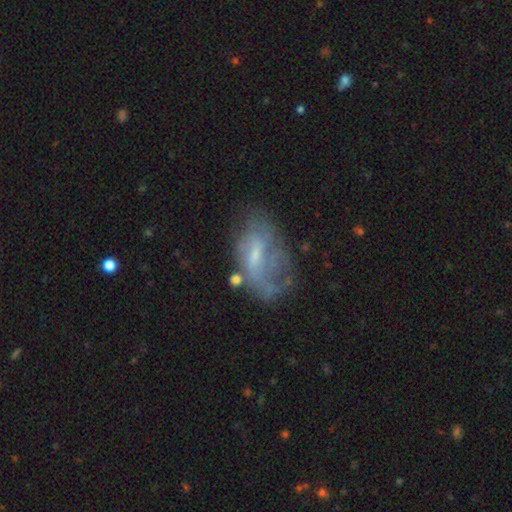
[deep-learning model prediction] Smooth or featured? featured or disk (62%)
Edge-on disk? no (95%)
Bar? weak (51%)
Spiral arms? yes (58%)
Bulge size? small (52%)
Merging? none (41%)